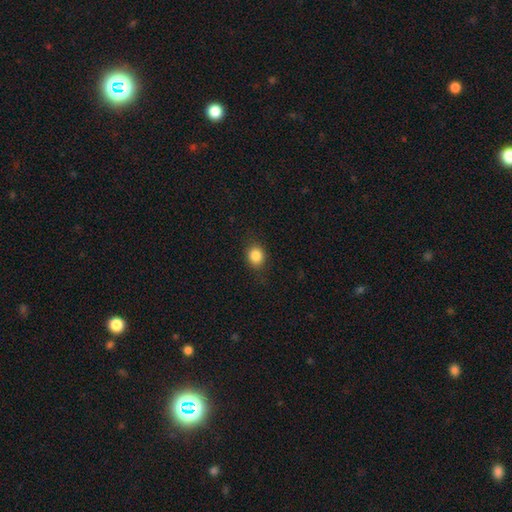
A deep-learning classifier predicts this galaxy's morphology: This appears to be a smooth galaxy with no disk features (86%) that is round (65%). Merging: none (85%).